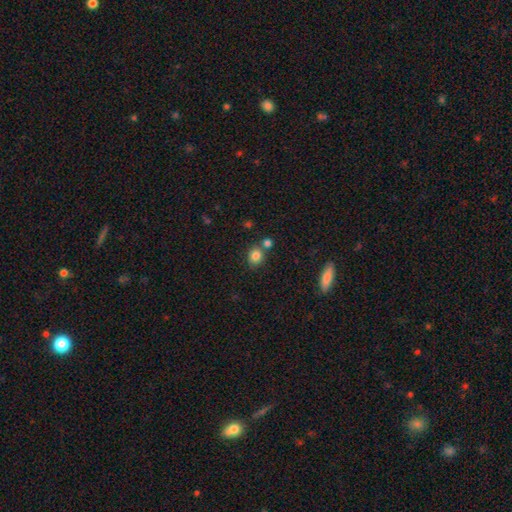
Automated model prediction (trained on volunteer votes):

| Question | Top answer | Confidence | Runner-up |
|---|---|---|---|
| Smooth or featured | smooth | 83% | star or artifact (11%) |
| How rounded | round | 69% | in between (30%) |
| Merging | none | 68% | merger (19%) |